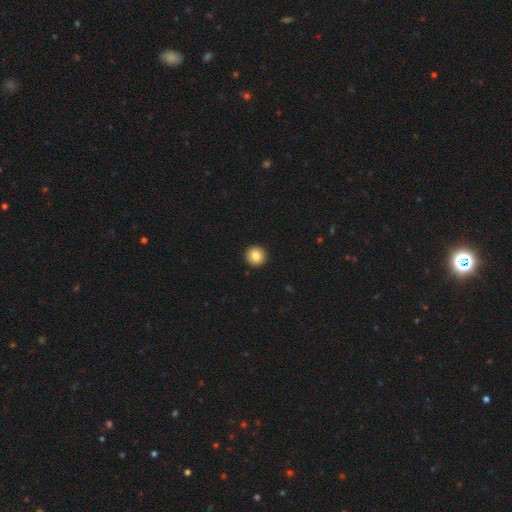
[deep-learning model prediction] Smooth or featured?
  - smooth: 85% *
  - star or artifact: 8%
  - featured or disk: 7%
How rounded?
  - round: 95% *
  - in between: 4%
  - cigar-shaped: 1%
Merging?
  - none: 94% *
  - minor disturbance: 4%
  - major disturbance: 1%
  - merger: 1%